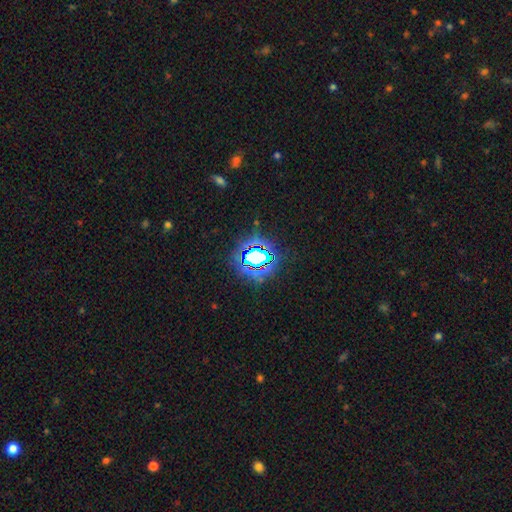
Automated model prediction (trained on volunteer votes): A star or artifact, not a galaxy (69%).

Vote fractions:
- Smooth or featured? star or artifact: 69% / smooth: 20% / featured or disk: 11%